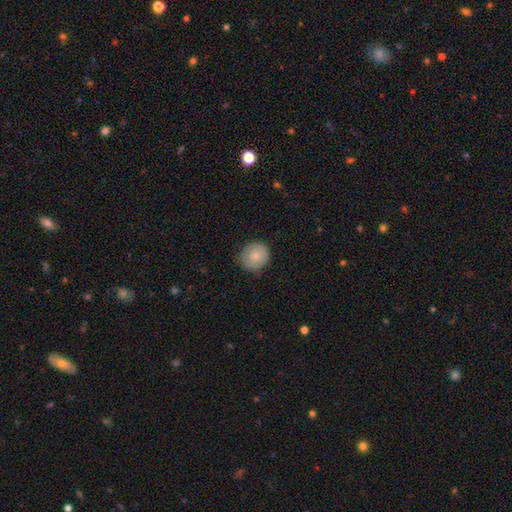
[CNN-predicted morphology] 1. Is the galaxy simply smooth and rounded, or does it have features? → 77% smooth, 16% featured or disk, 7% star or artifact.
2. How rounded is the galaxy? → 87% round, 12% in between, 1% cigar-shaped.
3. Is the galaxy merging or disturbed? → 78% none, 18% minor disturbance, 3% major disturbance, 1% merger.